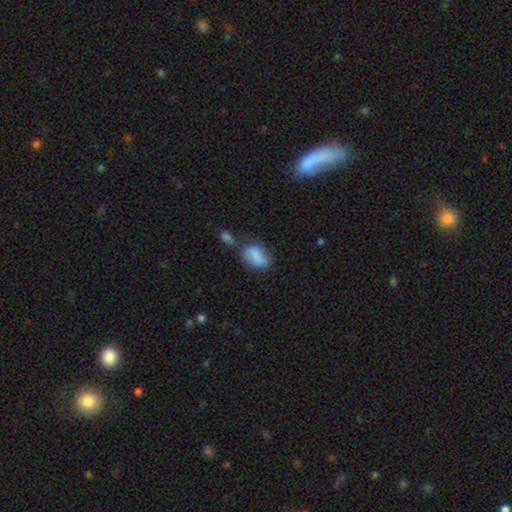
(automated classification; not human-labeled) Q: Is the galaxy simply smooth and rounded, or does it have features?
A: smooth — 76%.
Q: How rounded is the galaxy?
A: in between — 85%.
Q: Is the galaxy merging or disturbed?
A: none — 45%.